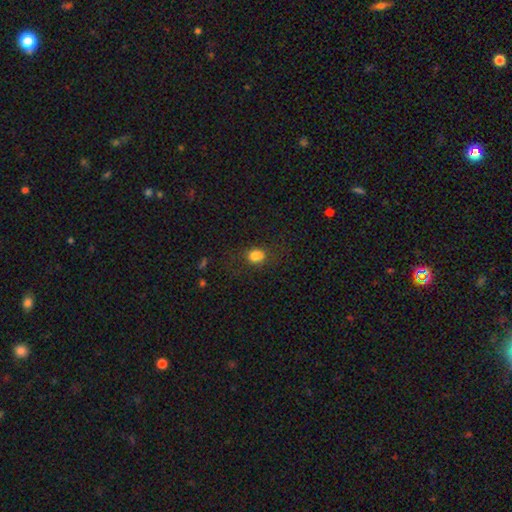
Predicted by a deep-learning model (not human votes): smooth_or_featured: smooth (p=0.81) [alt: star or artifact p=0.13]
how_rounded: in between (p=0.50) [alt: round p=0.49]
merging: none (p=0.68) [alt: minor disturbance p=0.18]